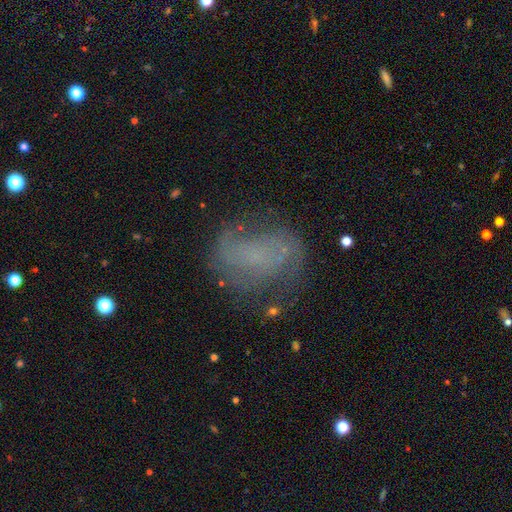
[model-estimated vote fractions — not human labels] featured or disk 62%, smooth 25%, star or artifact 13%. Down the decision tree: edge-on disk — no (97%); bar — no (70%); spiral arms — yes (72%); bulge size — none (62%); merging — none (59%).